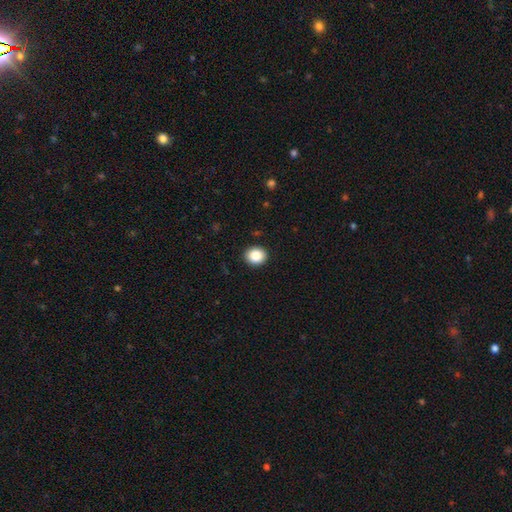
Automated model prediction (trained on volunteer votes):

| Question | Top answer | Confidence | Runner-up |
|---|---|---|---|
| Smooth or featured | smooth | 87% | star or artifact (9%) |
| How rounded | round | 73% | in between (26%) |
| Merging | none | 91% | minor disturbance (6%) |